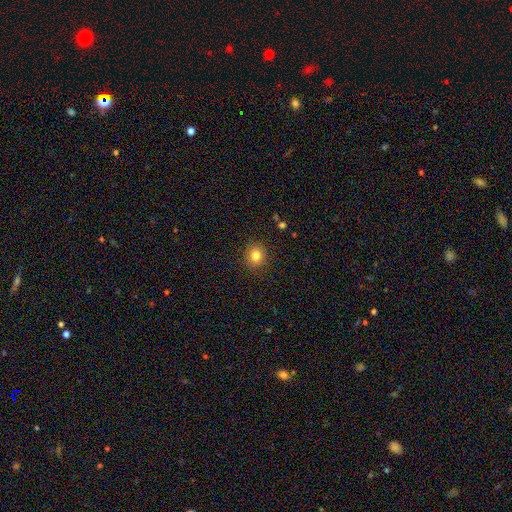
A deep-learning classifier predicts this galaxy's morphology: Q: Smooth or featured?
A: smooth (81%); runner-up: star or artifact (12%)
Q: How rounded?
A: round (83%); runner-up: in between (17%)
Q: Merging?
A: none (89%); runner-up: minor disturbance (7%)